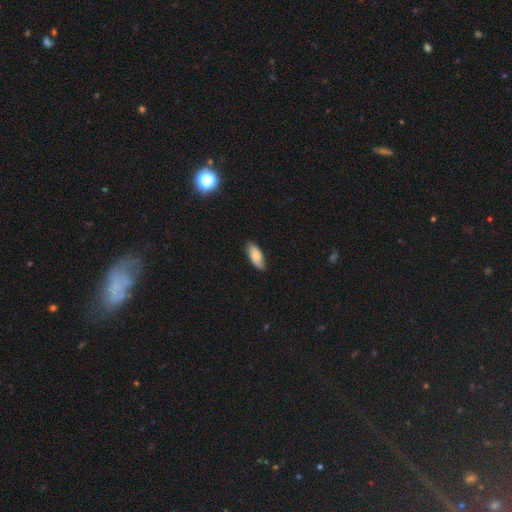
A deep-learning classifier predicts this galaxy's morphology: smooth-or-featured: smooth: 77% | featured or disk: 16% | star or artifact: 6%
  how-rounded: in between: 82% | cigar-shaped: 16% | round: 2%
  merging: none: 83% | minor disturbance: 14% | major disturbance: 2% | merger: 1%